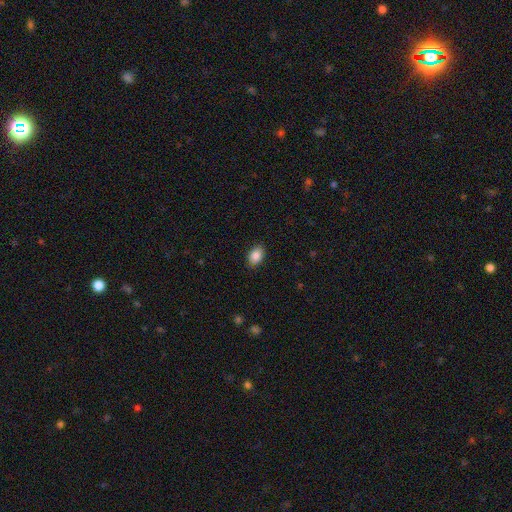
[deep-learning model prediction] This appears to be a smooth galaxy with no disk features (87%) that is in between round and cigar-shaped (83%). Merging: none (86%).